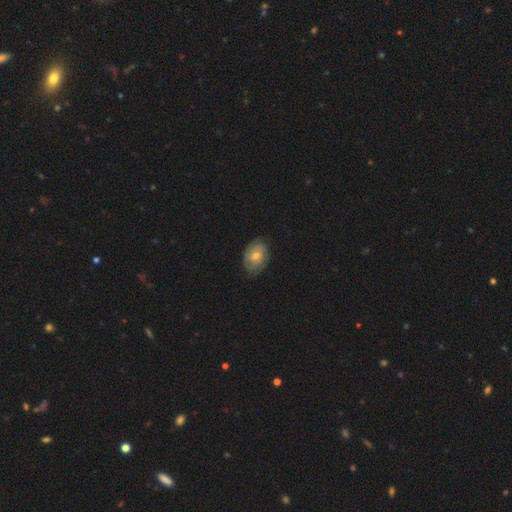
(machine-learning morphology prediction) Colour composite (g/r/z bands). It shows a smooth galaxy with no disk features (49%). Merging: none (78%).